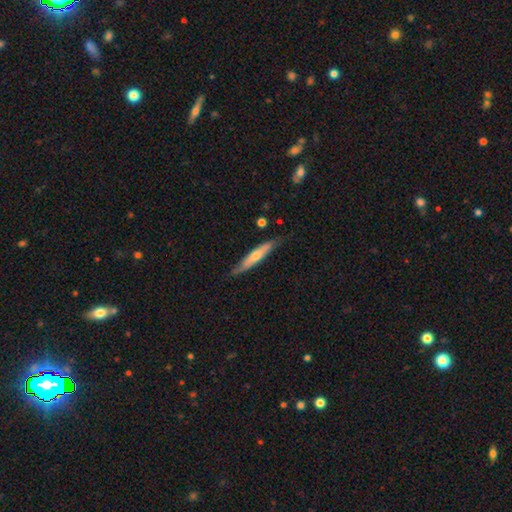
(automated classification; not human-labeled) This is possibly a smooth galaxy (50%). How rounded: clearly cigar-shaped (89%). Merging: likely none (75%).